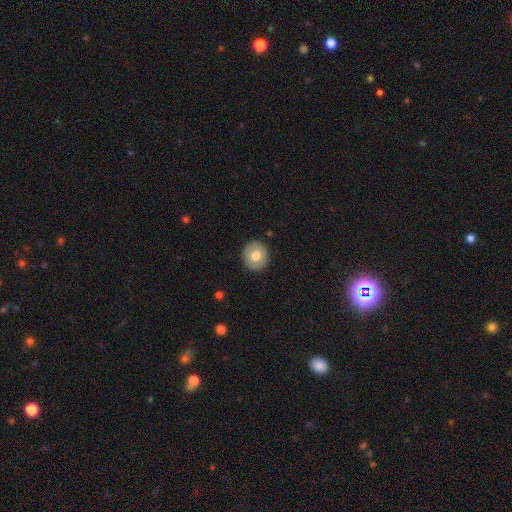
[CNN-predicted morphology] This appears to be a smooth galaxy with no disk features (75%) that is round (89%). Merging: none (91%).